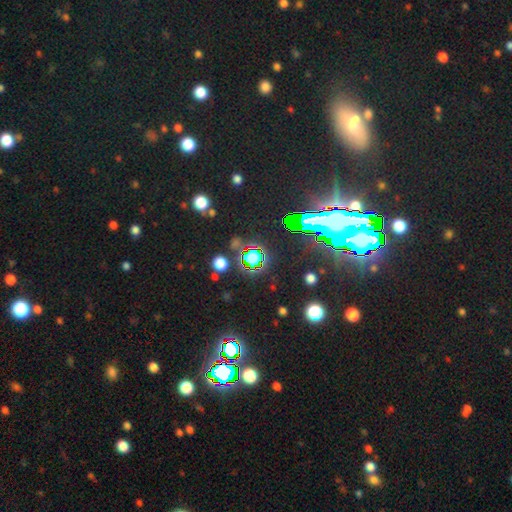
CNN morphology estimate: Q: Smooth or featured?
A: star or artifact (79%); runner-up: smooth (11%)